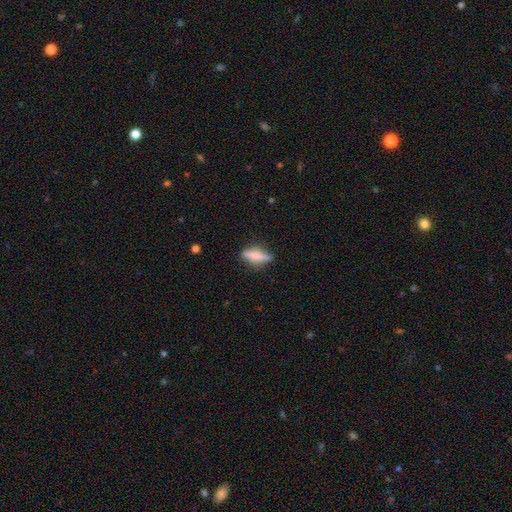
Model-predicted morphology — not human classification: A smooth galaxy with no disk features (58%) that is cigar-shaped (64%).

Vote fractions:
- Smooth or featured? smooth: 58% / featured or disk: 34% / star or artifact: 8%
- How rounded? cigar-shaped: 64% / in between: 33% / round: 3%
- Merging? none: 75% / minor disturbance: 18% / major disturbance: 5% / merger: 2%